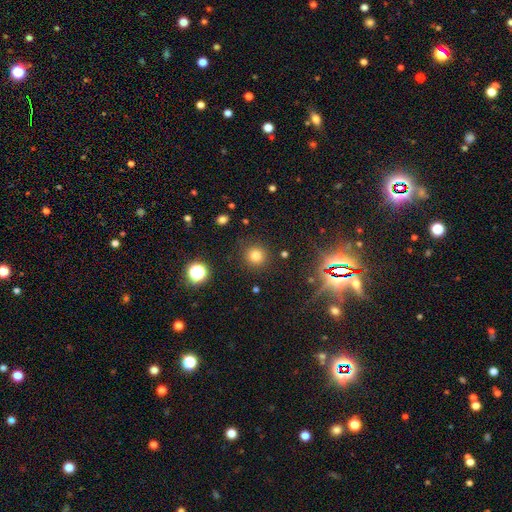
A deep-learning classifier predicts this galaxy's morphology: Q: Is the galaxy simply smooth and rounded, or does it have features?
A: smooth — 75%.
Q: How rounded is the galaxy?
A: round — 93%.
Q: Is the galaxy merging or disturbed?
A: none — 88%.